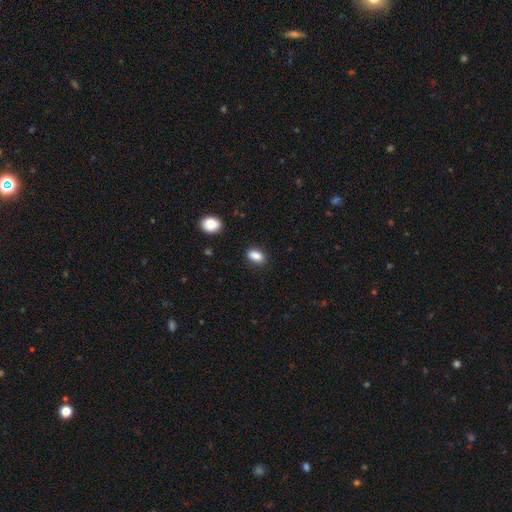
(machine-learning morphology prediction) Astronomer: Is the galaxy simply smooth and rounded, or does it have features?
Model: smooth — 87%.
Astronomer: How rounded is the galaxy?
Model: in between — 84%.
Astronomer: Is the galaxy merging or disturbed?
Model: none — 86%.